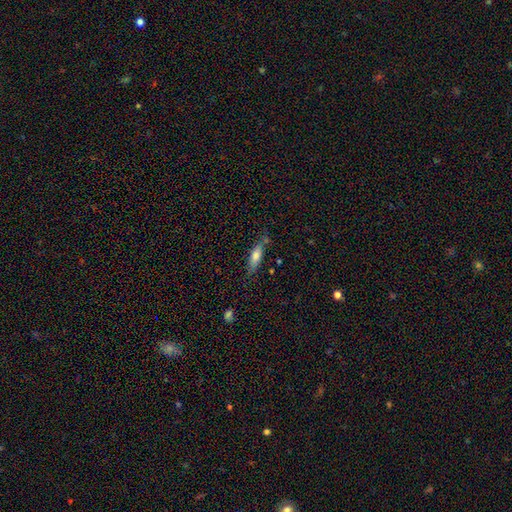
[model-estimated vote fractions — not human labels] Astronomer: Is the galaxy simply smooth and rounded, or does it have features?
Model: smooth — 72%.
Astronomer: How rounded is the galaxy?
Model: cigar-shaped — 51% (runner-up: in between, 47%).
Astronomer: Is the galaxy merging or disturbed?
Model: none — 66%.